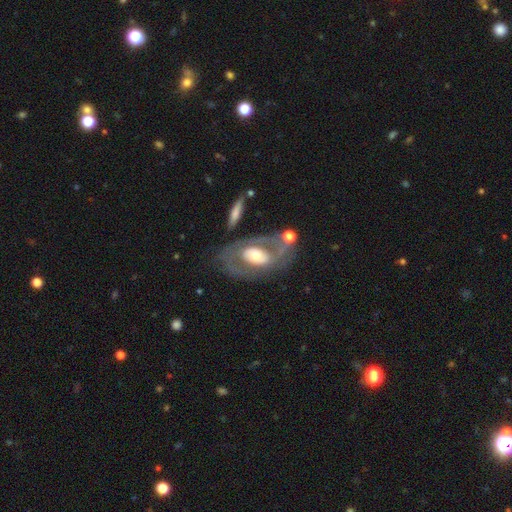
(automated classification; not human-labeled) smooth_or_featured: featured or disk (p=0.72) [alt: smooth p=0.22]
disk_edge_on: no (p=0.93) [alt: yes p=0.07]
bar: no (p=0.61) [alt: weak p=0.26]
has_spiral_arms: yes (p=0.61) [alt: no p=0.39]
bulge_size: moderate (p=0.58) [alt: large p=0.21]
merging: none (p=0.56) [alt: major disturbance p=0.18]